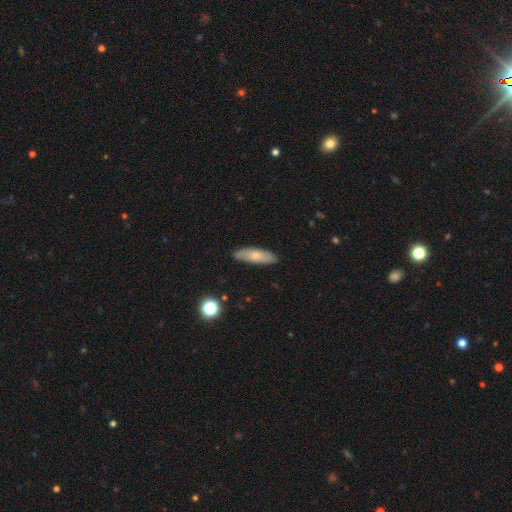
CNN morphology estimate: Overall: smooth (68%). How rounded: cigar-shaped (54%; in between 44%). Merging: none (86%).